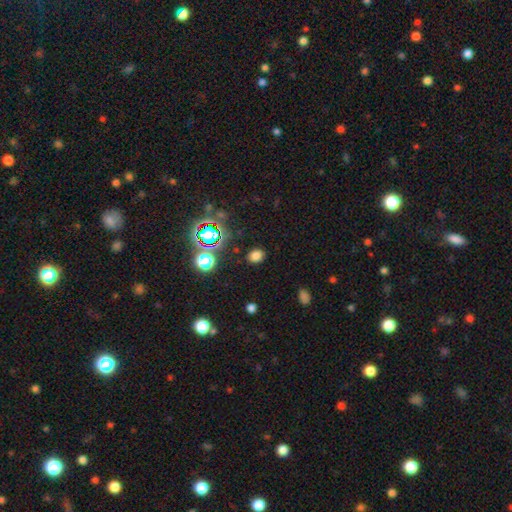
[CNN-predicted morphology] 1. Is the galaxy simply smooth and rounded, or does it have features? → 73% smooth, 22% star or artifact, 6% featured or disk.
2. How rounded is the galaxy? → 52% in between, 47% round, 1% cigar-shaped.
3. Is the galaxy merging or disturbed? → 87% none, 9% minor disturbance, 3% major disturbance, 2% merger.